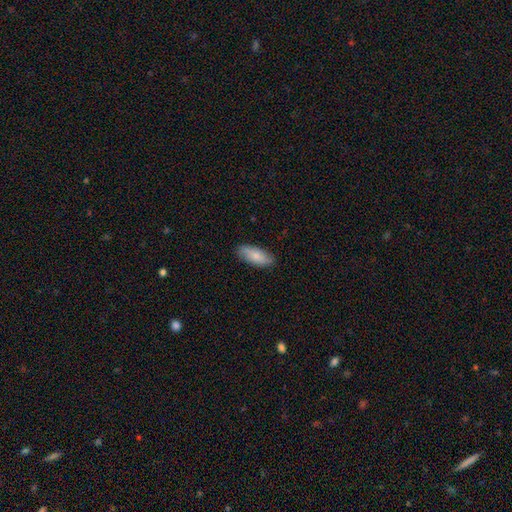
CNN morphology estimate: smooth-or-featured: smooth: 81% | featured or disk: 13% | star or artifact: 6%
  how-rounded: in between: 83% | cigar-shaped: 15% | round: 2%
  merging: none: 85% | minor disturbance: 12% | major disturbance: 2% | merger: 1%